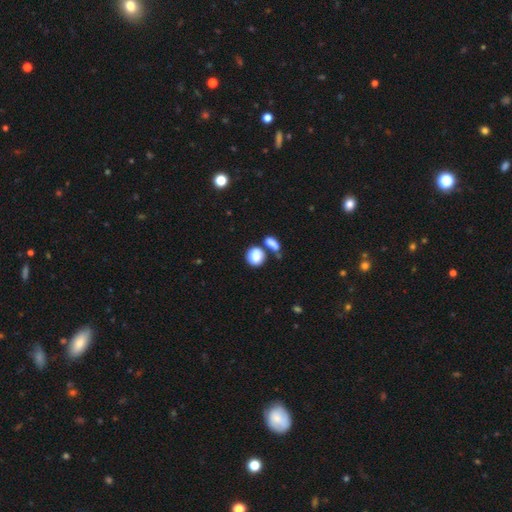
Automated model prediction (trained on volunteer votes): Overall: smooth (85%). How rounded: round (68%; in between 30%). Merging: none (50%; merger 33%).